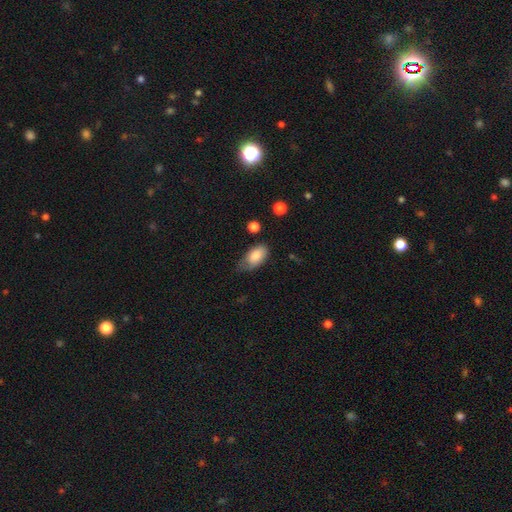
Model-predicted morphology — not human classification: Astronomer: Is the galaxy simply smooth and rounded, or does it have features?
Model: smooth — 83%.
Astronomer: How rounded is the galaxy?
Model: in between — 93%.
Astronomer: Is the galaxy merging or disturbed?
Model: none — 48% (runner-up: minor disturbance, 38%).